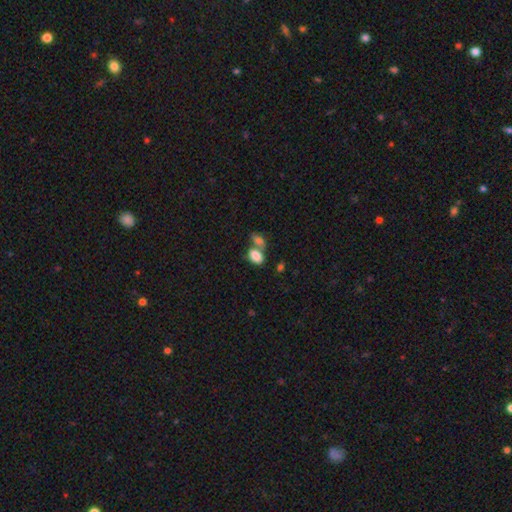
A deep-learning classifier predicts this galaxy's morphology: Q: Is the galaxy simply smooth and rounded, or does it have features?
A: smooth — 84%.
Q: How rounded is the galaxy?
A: in between — 89%.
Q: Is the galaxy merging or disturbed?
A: merger — 54%.